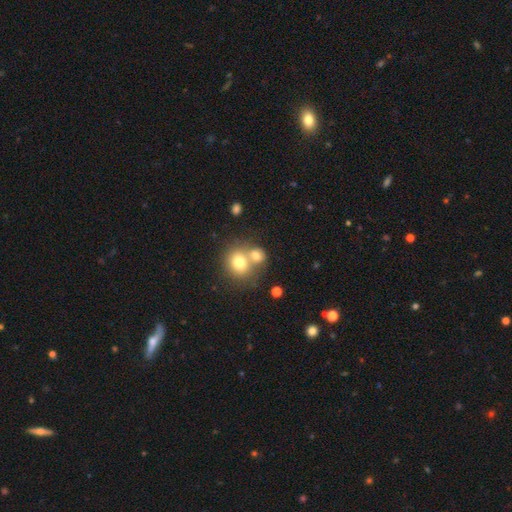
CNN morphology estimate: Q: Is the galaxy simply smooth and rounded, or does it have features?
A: smooth — 74%.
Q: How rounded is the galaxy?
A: round — 66%.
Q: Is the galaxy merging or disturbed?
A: merger — 53%.